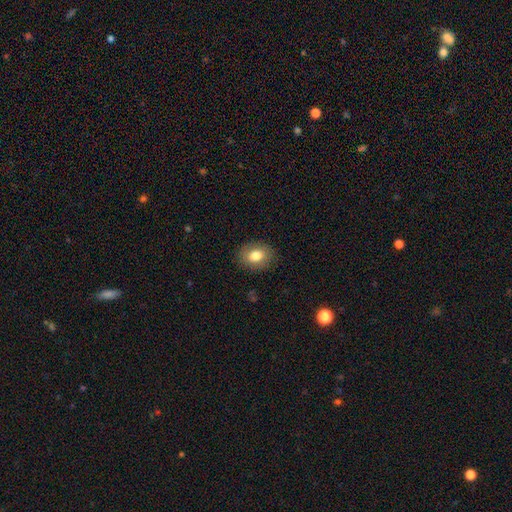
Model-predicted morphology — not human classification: A smooth galaxy with no disk features (80%) that is in between round and cigar-shaped (60%). Merging: none (88%).